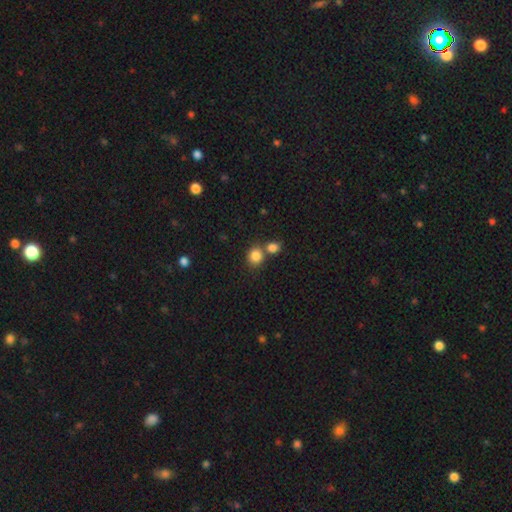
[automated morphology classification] Smooth or featured?
  - smooth: 84% *
  - star or artifact: 10%
  - featured or disk: 6%
How rounded?
  - round: 79% *
  - in between: 20%
  - cigar-shaped: 1%
Merging?
  - none: 57% *
  - merger: 32%
  - minor disturbance: 8%
  - major disturbance: 3%